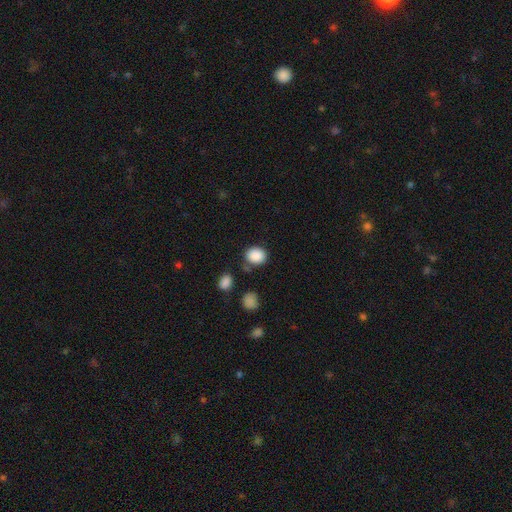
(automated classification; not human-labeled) smooth 88%, star or artifact 9%, featured or disk 3%. Down the decision tree: how rounded — round (62%); merging — none (77%).